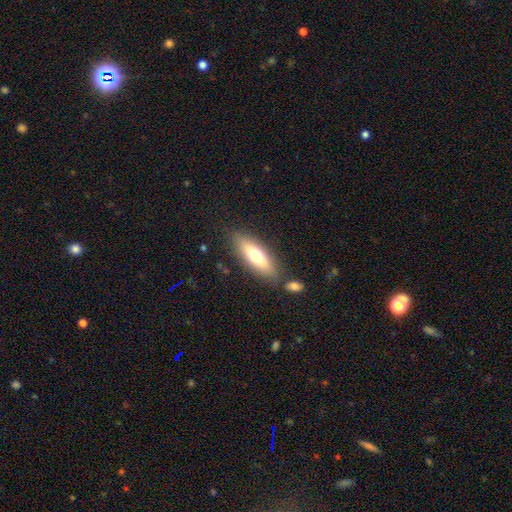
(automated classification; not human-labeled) smooth 62%, featured or disk 31%, star or artifact 7%. Down the decision tree: how rounded — in between (51%); merging — none (79%).